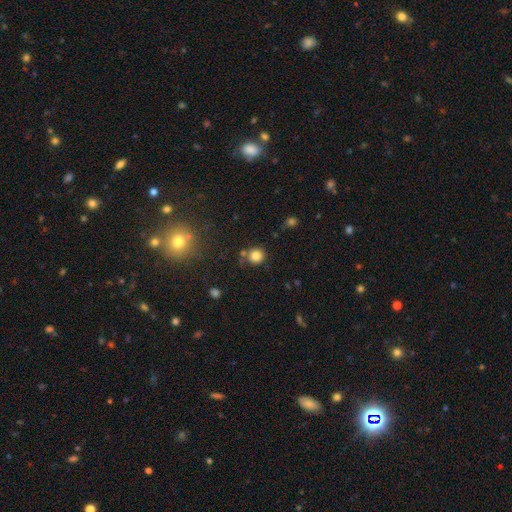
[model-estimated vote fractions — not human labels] smooth_or_featured: smooth (p=0.81) [alt: star or artifact p=0.13]
how_rounded: round (p=0.90) [alt: in between p=0.10]
merging: none (p=0.77) [alt: minor disturbance p=0.11]